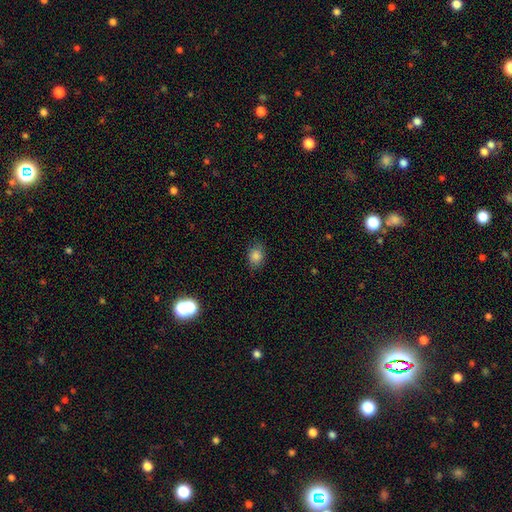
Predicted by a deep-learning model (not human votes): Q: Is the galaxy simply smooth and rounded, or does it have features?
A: smooth — 84%.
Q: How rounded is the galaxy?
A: in between — 55%.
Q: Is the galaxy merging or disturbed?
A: none — 81%.